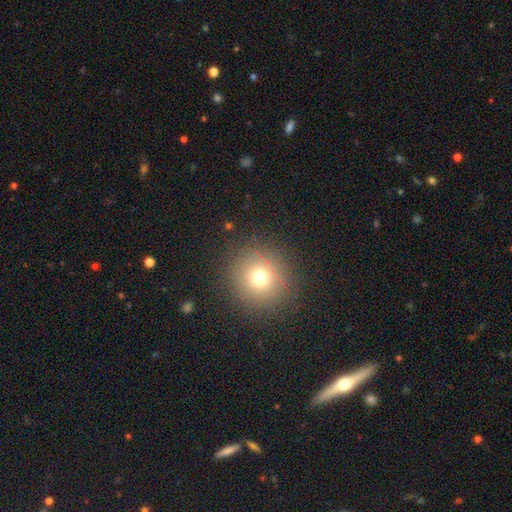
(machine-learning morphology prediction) Smooth or featured? smooth (56%)
How rounded? round (94%)
Merging? none (92%)